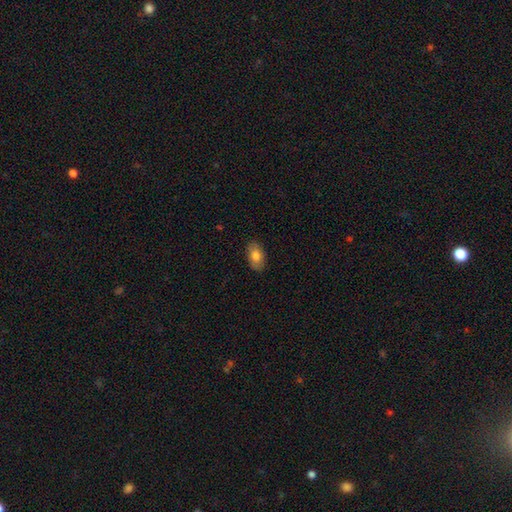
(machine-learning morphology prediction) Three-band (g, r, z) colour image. It shows a smooth galaxy with no disk features (79%) that is in between round and cigar-shaped (92%). Merging: none (86%).